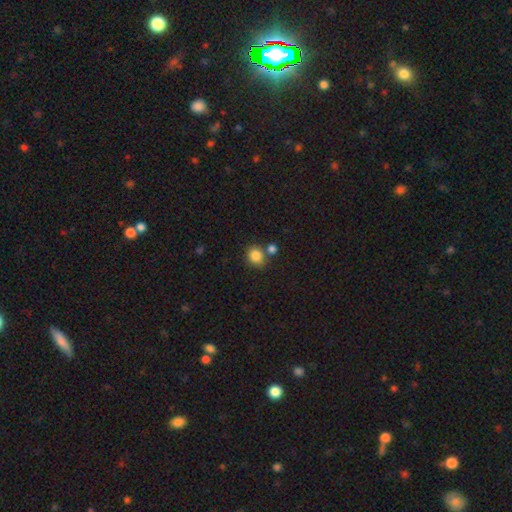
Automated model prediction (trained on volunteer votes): Overall: smooth (85%). How rounded: round (67%; in between 32%). Merging: none (67%).